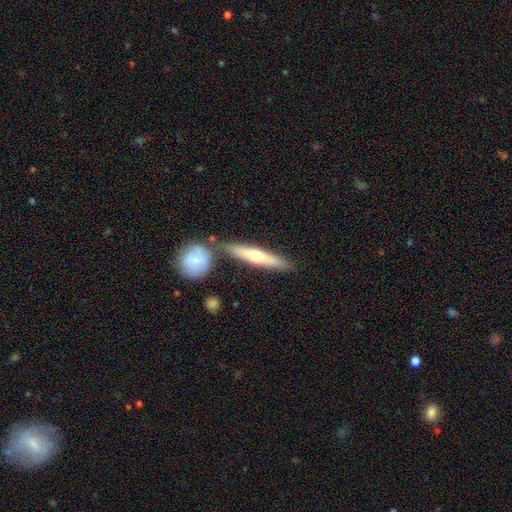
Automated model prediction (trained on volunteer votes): This is possibly a smooth galaxy (52%). How rounded: clearly cigar-shaped (89%). Merging: likely none (73%).